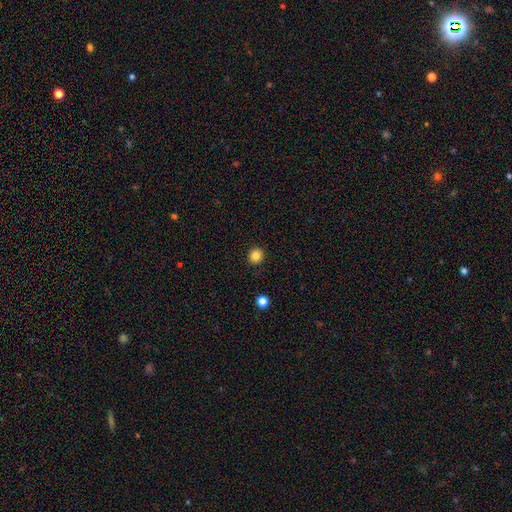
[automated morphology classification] Smooth or featured? Predicted: smooth (p=0.84). How rounded? Predicted: round (p=0.92). Merging? Predicted: none (p=0.92).